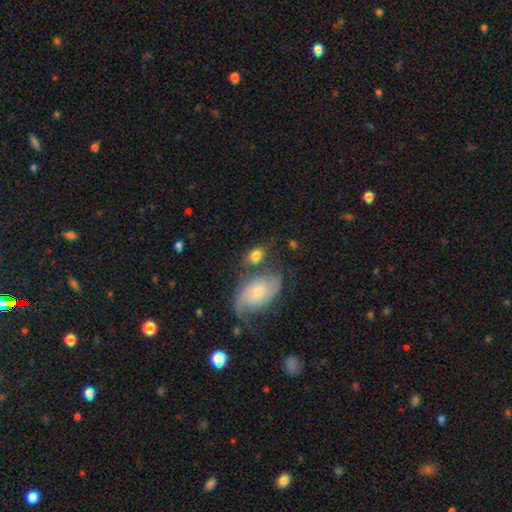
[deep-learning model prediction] smooth 73%, featured or disk 20%, star or artifact 8%. Down the decision tree: how rounded — in between (80%); merging — none (50%).